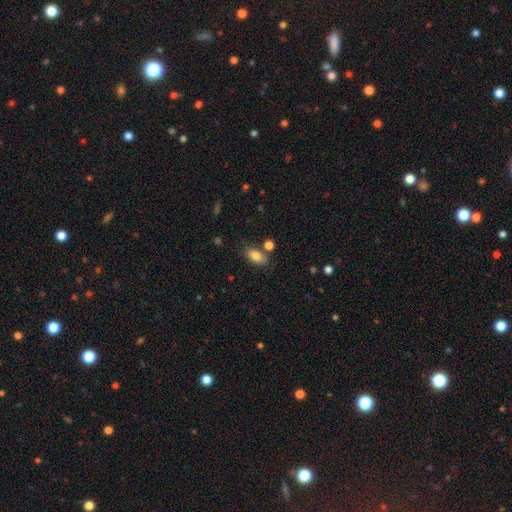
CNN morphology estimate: Smooth or featured?
  - smooth: 81% *
  - featured or disk: 11%
  - star or artifact: 8%
How rounded?
  - in between: 89% *
  - cigar-shaped: 7%
  - round: 4%
Merging?
  - none: 75% *
  - minor disturbance: 13%
  - merger: 9%
  - major disturbance: 3%